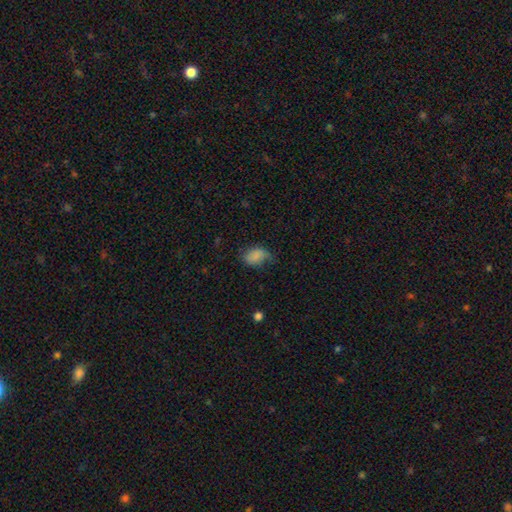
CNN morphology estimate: Q: Smooth or featured?
A: smooth (80%); runner-up: featured or disk (10%)
Q: How rounded?
A: in between (82%); runner-up: round (17%)
Q: Merging?
A: none (49%); runner-up: minor disturbance (35%)